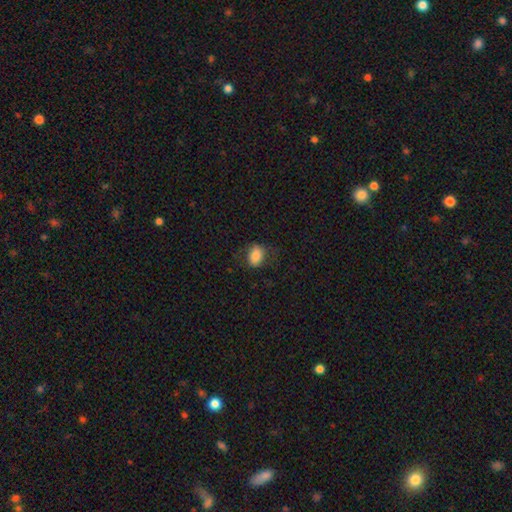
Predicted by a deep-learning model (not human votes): A smooth galaxy with no disk features (79%) that is in between round and cigar-shaped (72%). Merging: none (72%).